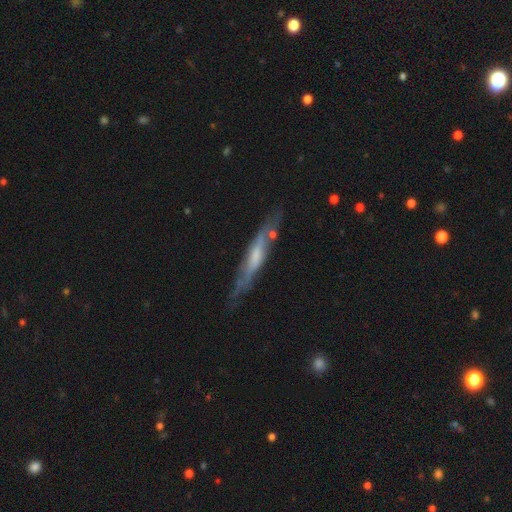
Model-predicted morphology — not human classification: A featured or disk galaxy (63%) viewed edge-on (80%) with no central bulge (42%). Merging: none (65%).